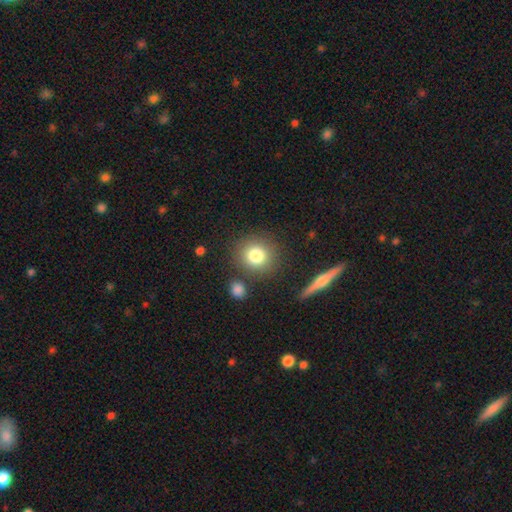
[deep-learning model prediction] Smooth or featured: smooth — 80% (star or artifact — 10%)
How rounded: round — 86% (in between — 13%)
Merging: none — 81% (minor disturbance — 9%)